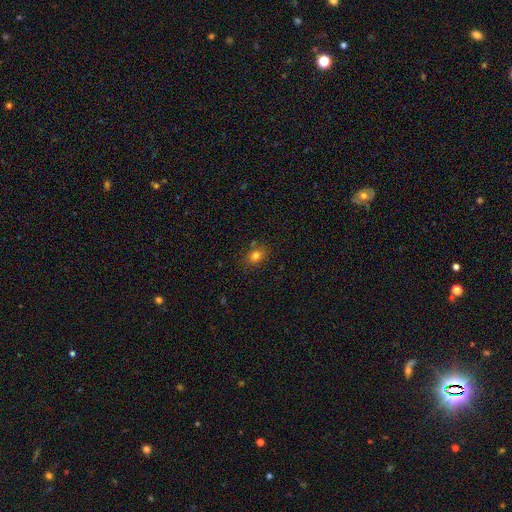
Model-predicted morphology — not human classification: Overall: smooth (77%). How rounded: round (51%; in between 48%). Merging: none (80%).